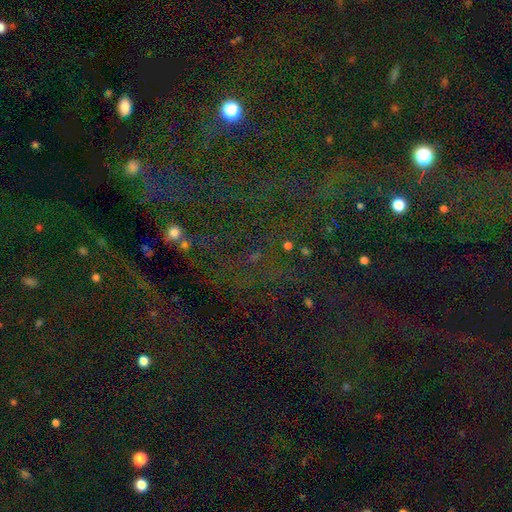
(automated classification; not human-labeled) A star or artifact, not a galaxy (76%).

Vote fractions:
- Smooth or featured? star or artifact: 76% / smooth: 15% / featured or disk: 9%